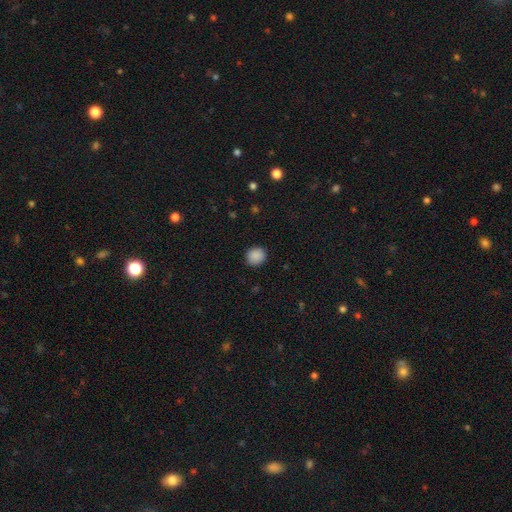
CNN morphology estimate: Smooth or featured?
  - smooth: 89% *
  - star or artifact: 8%
  - featured or disk: 3%
How rounded?
  - round: 89% *
  - in between: 10%
  - cigar-shaped: 1%
Merging?
  - none: 91% *
  - minor disturbance: 6%
  - major disturbance: 2%
  - merger: 1%